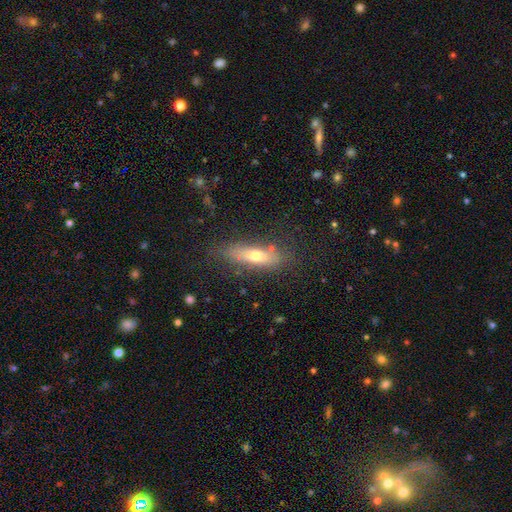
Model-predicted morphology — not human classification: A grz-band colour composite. It shows a smooth galaxy with no disk features (59%) that is cigar-shaped (56%). Merging: none (76%).